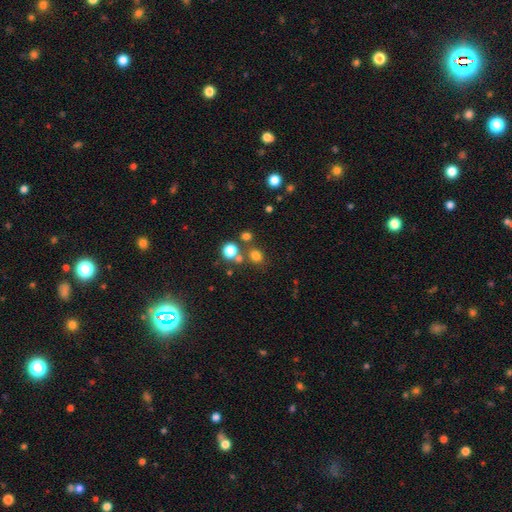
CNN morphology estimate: This appears to be a smooth galaxy with no disk features (73%) that is round (72%). Merging: none (70%).